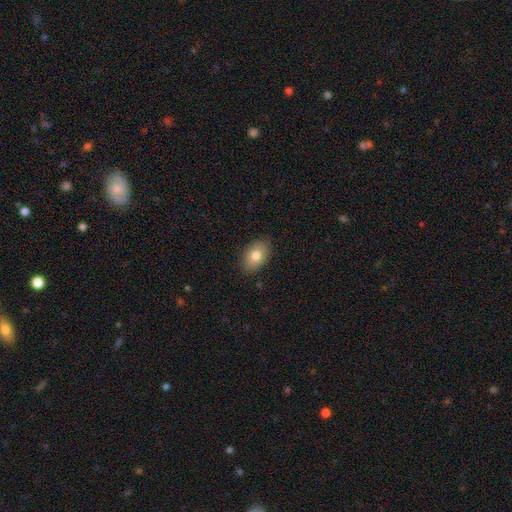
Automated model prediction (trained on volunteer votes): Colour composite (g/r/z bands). It shows a smooth galaxy with no disk features (79%) that is in between round and cigar-shaped (86%). Merging: none (86%).